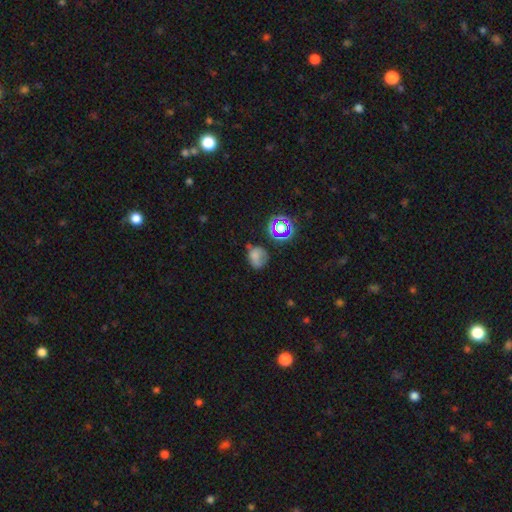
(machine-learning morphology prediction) Smooth or featured? smooth (61%)
How rounded? round (54%)
Merging? none (42%)